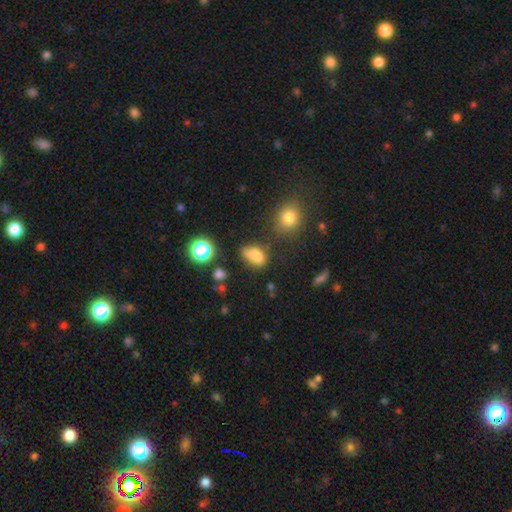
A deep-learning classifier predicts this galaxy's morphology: smooth-or-featured: smooth: 74% | star or artifact: 16% | featured or disk: 11%
  how-rounded: in between: 80% | round: 18% | cigar-shaped: 2%
  merging: none: 51% | minor disturbance: 28% | major disturbance: 11% | merger: 10%